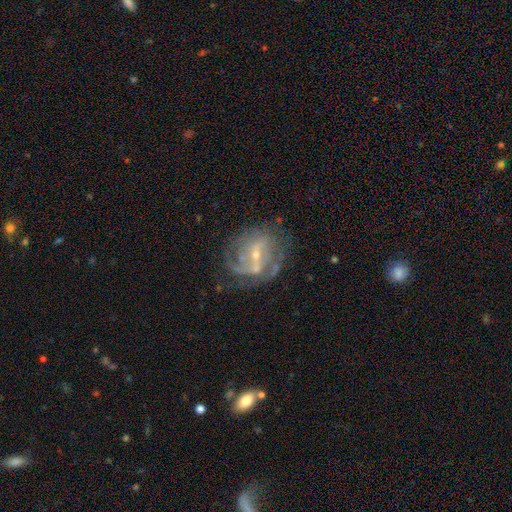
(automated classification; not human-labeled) This is clearly a featured or disk galaxy (83%). It is clearly not viewed edge-on (97%). Bar: possibly weak (47%). Spiral arm pattern: clearly yes (90%). Spiral arm count: marginally 2 (41%). Spiral winding: marginally medium (45%). Central bulge: likely small (72%). Merging: possibly none (58%).